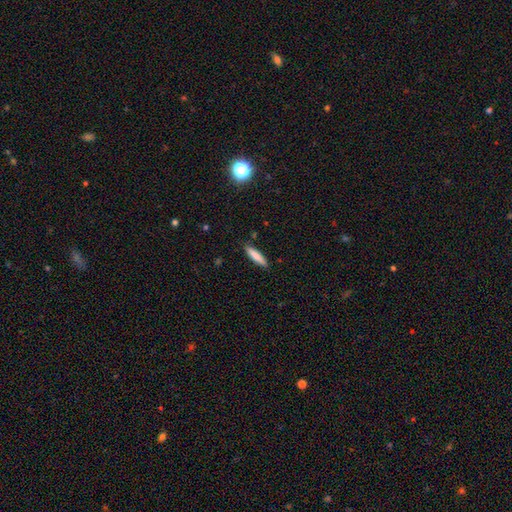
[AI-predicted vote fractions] smooth-or-featured: smooth: 82% | featured or disk: 11% | star or artifact: 6%
  how-rounded: cigar-shaped: 77% | in between: 21% | round: 1%
  merging: none: 86% | minor disturbance: 10% | major disturbance: 2% | merger: 2%